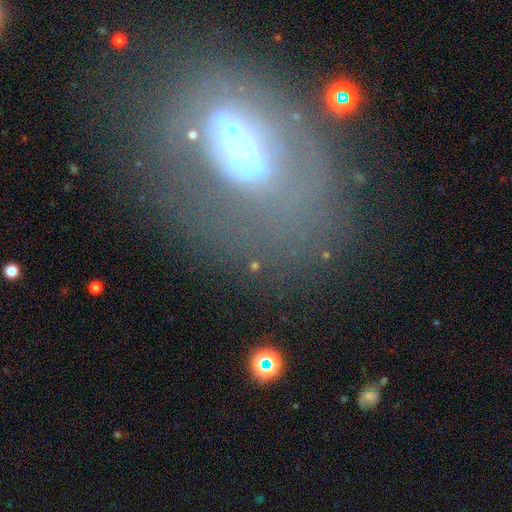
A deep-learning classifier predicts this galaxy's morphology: featured or disk 51%, smooth 31%, star or artifact 17%. Down the decision tree: edge-on disk — no (88%); merging — none (49%).